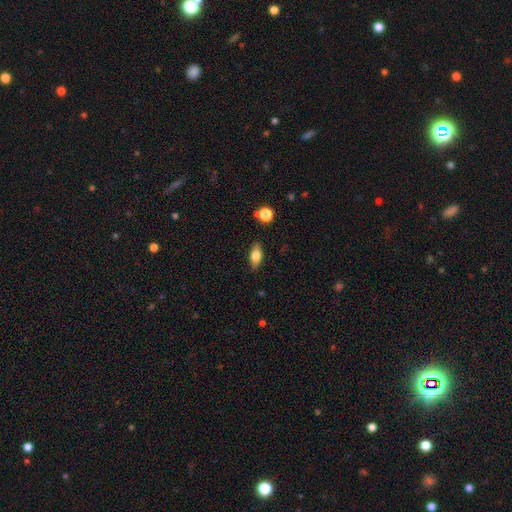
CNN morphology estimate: Smooth or featured?
  - smooth: 71% *
  - featured or disk: 21%
  - star or artifact: 8%
How rounded?
  - in between: 82% *
  - cigar-shaped: 13%
  - round: 6%
Merging?
  - none: 85% *
  - minor disturbance: 11%
  - major disturbance: 2%
  - merger: 2%